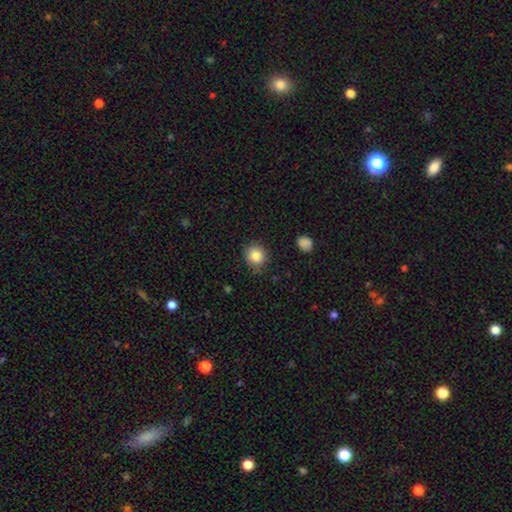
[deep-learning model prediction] A smooth galaxy with no disk features (85%) that is round (88%). Merging: none (83%).